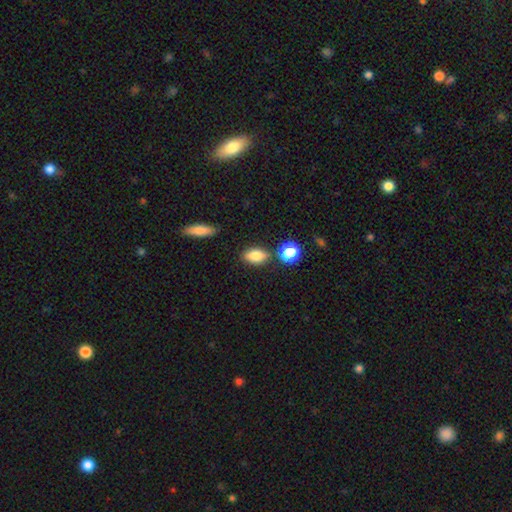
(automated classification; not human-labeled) Overall: smooth (81%). How rounded: in between (82%). Merging: none (80%).